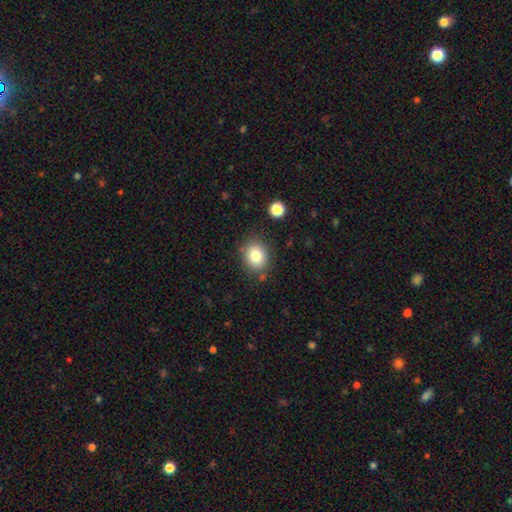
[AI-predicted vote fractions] Overall: smooth (82%). How rounded: round (64%; in between 35%). Merging: none (81%).